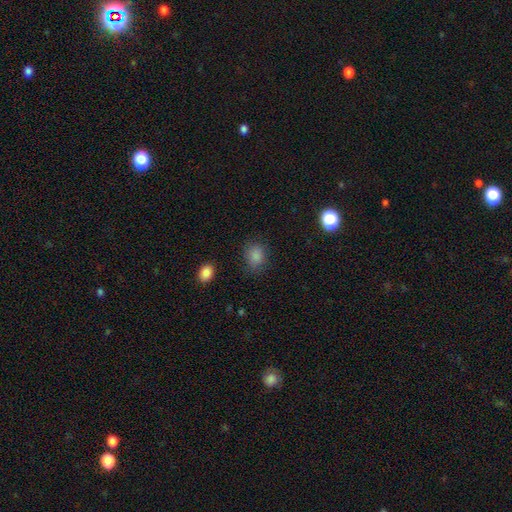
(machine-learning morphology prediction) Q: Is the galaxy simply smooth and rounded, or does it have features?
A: smooth — 84%.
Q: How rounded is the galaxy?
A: in between — 52%.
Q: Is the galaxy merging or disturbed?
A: none — 77%.